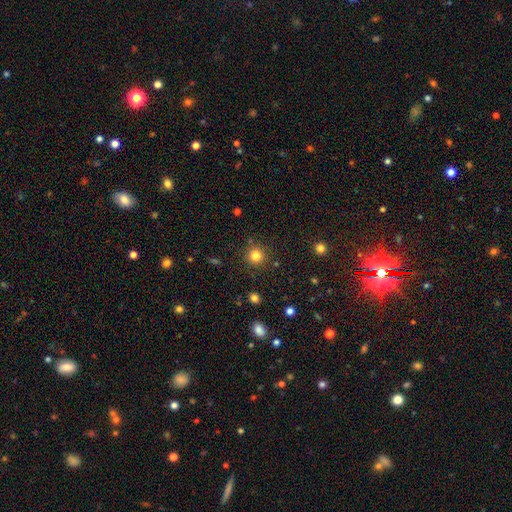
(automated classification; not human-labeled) smooth-or-featured: smooth: 81% | star or artifact: 13% | featured or disk: 5%
  how-rounded: round: 95% | in between: 4% | cigar-shaped: 1%
  merging: none: 89% | minor disturbance: 6% | major disturbance: 3% | merger: 2%